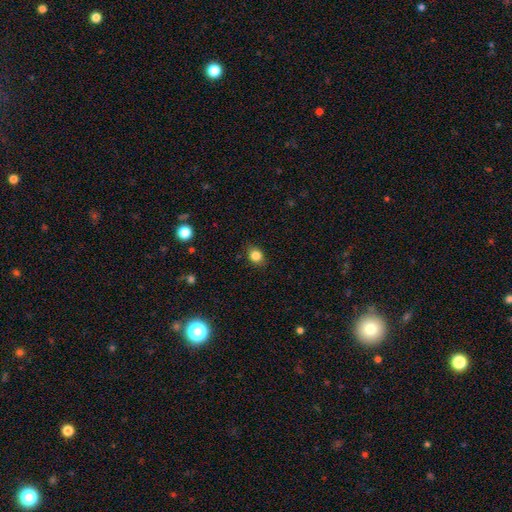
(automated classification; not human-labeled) This is clearly a smooth galaxy (84%). How rounded: possibly round (53%). Merging: clearly none (84%).